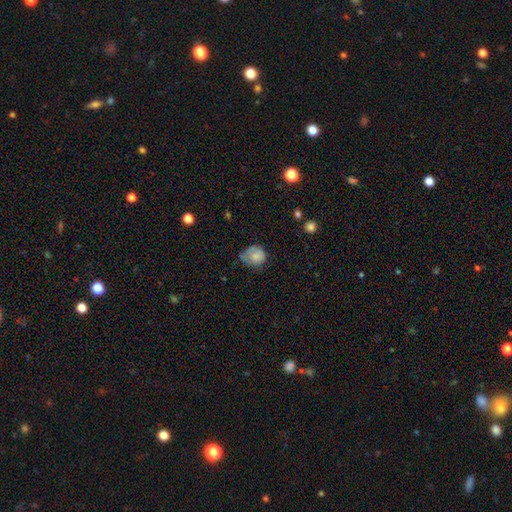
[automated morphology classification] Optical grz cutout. It shows a smooth galaxy with no disk features (72%) that is round (66%). Merging: none (39%).